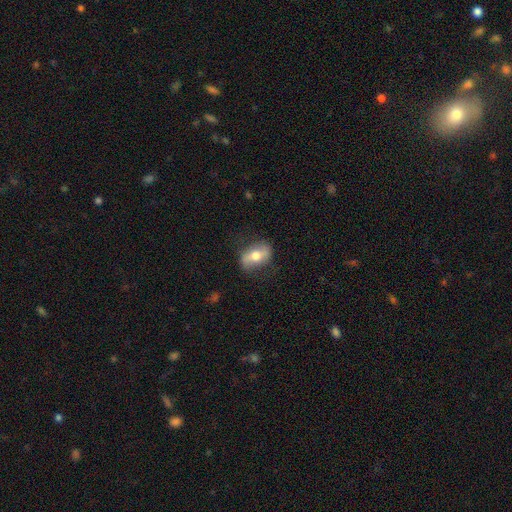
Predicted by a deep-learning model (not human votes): Smooth or featured? smooth (49%)
Merging? none (78%)